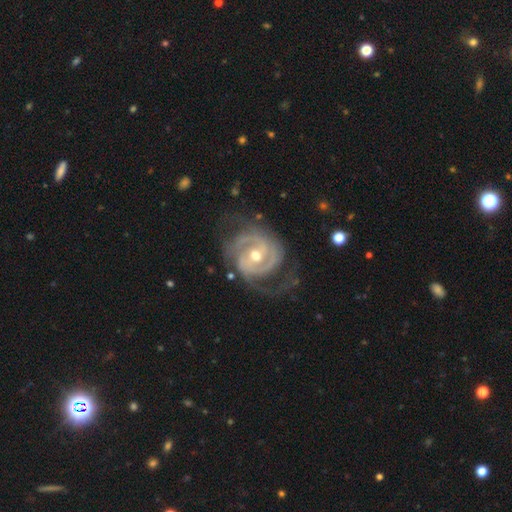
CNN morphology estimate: Smooth or featured: featured or disk — 92% (smooth — 4%)
Edge-on disk: no — 97% (yes — 3%)
Bar: no — 41% (weak — 39%)
Spiral arms: yes — 97% (no — 3%)
Spiral winding: tight — 61% (medium — 32%)
Spiral arm count: 2 — 47% (3 — 26%)
Bulge size: moderate — 69% (small — 26%)
Merging: none — 62% (minor disturbance — 21%)